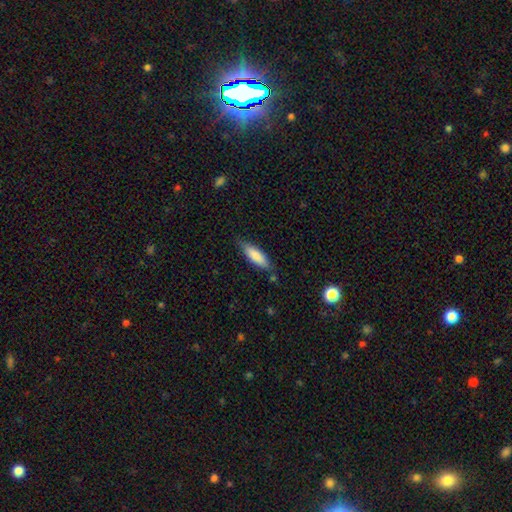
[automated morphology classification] The model was most divided on "how rounded": in between: 51%, cigar-shaped: 47%, round: 2%. More confident: smooth or featured — smooth (82%); merging — none (75%).